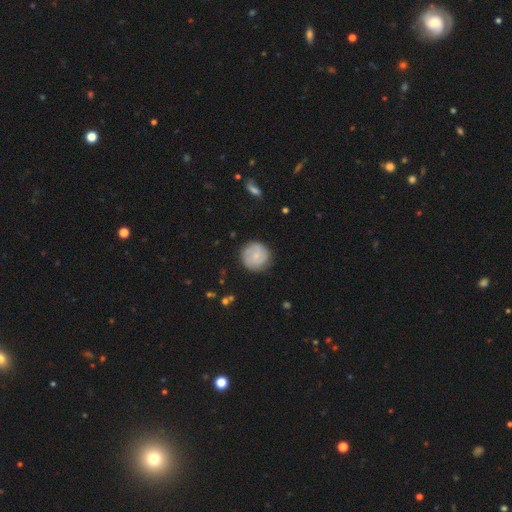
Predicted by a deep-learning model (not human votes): Morphology: type=smooth (58%); roundness=round (94%); merging=none (84%).